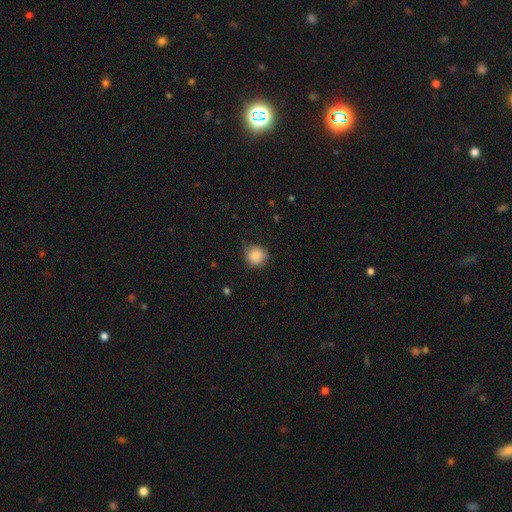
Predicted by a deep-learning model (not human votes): smooth-or-featured: smooth: 87% | star or artifact: 9% | featured or disk: 5%
  how-rounded: round: 91% | in between: 8% | cigar-shaped: 1%
  merging: none: 75% | minor disturbance: 20% | major disturbance: 4% | merger: 1%